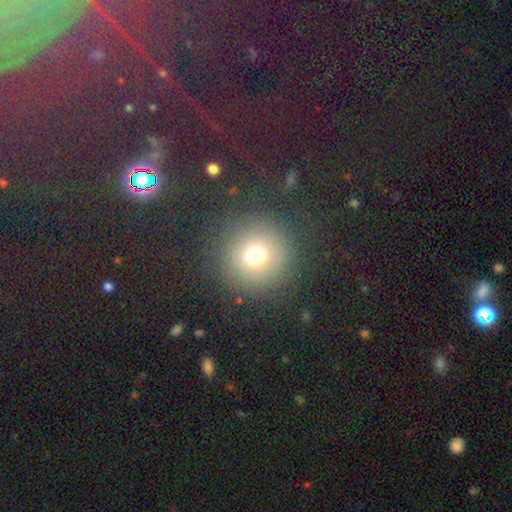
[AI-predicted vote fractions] A smooth galaxy with no disk features (71%) that is round (95%). Merging: none (84%).